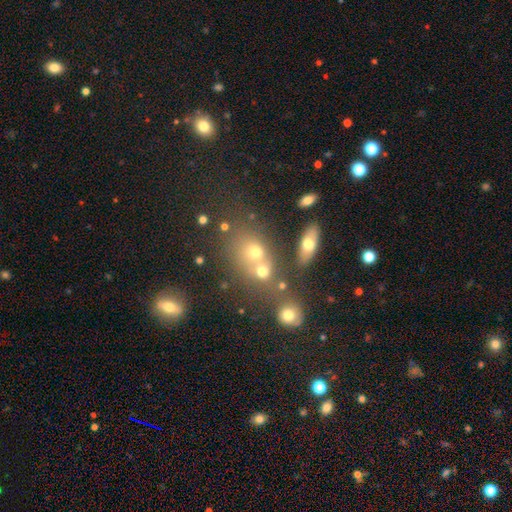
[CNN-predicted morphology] This appears to be a smooth galaxy with no disk features (59%) that is round (52%). Merging: none (45%).